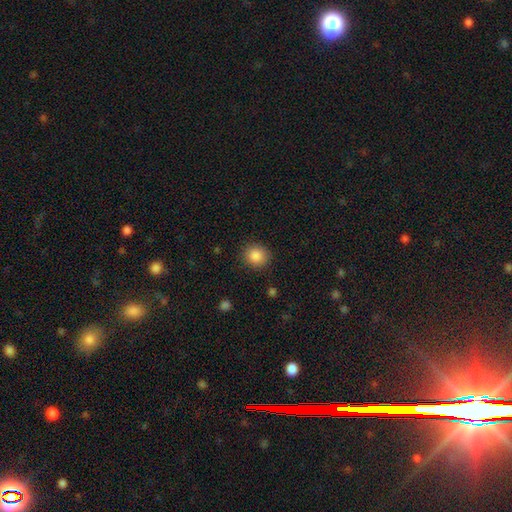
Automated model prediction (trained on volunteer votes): This is clearly a smooth galaxy (87%). How rounded: clearly round (85%). Merging: clearly none (88%).